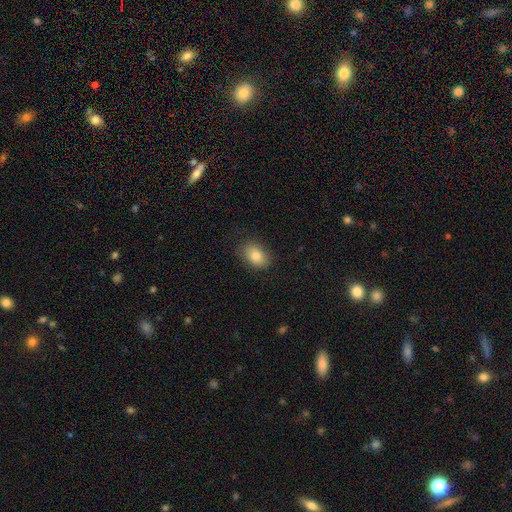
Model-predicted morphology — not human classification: This appears to be a smooth galaxy with no disk features (82%) that is in between round and cigar-shaped (82%). Merging: none (82%).